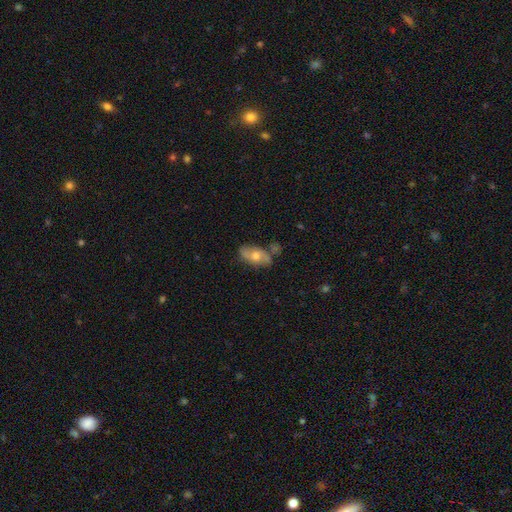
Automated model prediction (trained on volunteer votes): Q: Smooth or featured?
A: smooth (46%); runner-up: featured or disk (45%)
Q: Merging?
A: none (58%); runner-up: minor disturbance (23%)